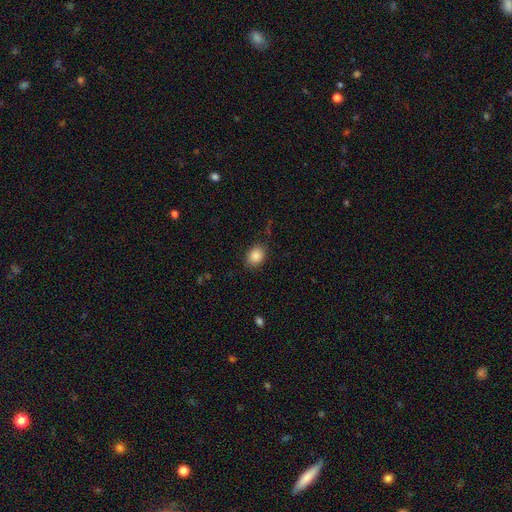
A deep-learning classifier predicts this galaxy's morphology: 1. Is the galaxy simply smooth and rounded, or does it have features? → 87% smooth, 9% star or artifact, 4% featured or disk.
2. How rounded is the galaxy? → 55% in between, 44% round, 1% cigar-shaped.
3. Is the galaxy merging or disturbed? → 83% none, 12% minor disturbance, 3% major disturbance, 1% merger.